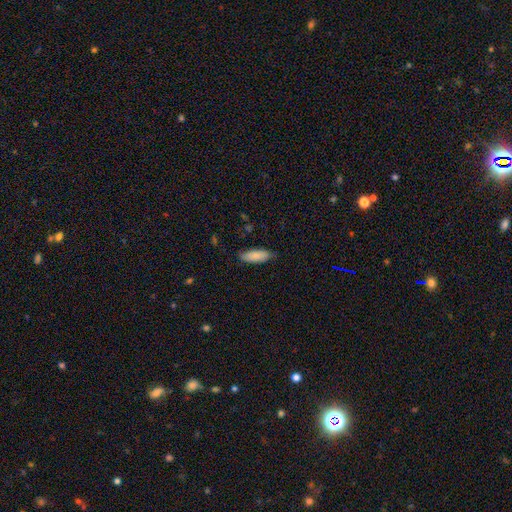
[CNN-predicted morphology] smooth_or_featured: smooth (p=0.86) [alt: featured or disk p=0.08]
how_rounded: in between (p=0.67) [alt: cigar-shaped p=0.31]
merging: none (p=0.81) [alt: minor disturbance p=0.15]